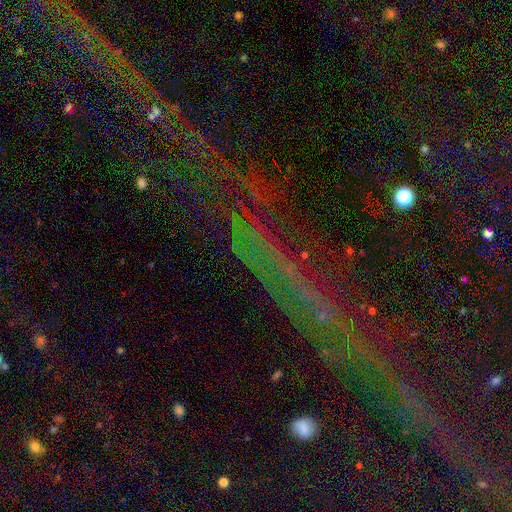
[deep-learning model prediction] This is likely a star or artifact rather than a galaxy (61%).